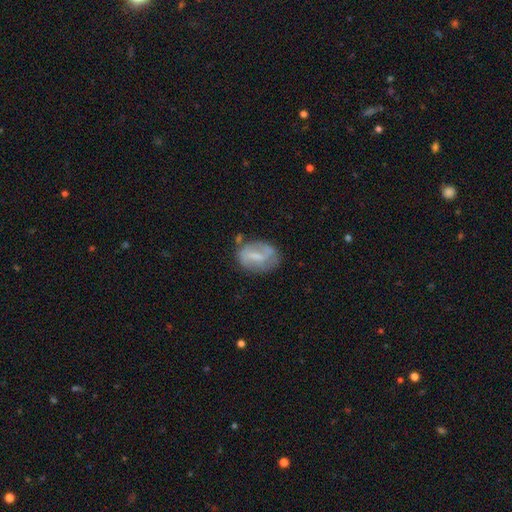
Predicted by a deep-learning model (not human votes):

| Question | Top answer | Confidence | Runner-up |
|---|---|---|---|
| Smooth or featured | featured or disk | 54% | smooth (38%) |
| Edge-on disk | no | 96% | yes (4%) |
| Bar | weak | 47% | strong (32%) |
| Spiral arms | yes | 61% | no (39%) |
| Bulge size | small | 38% | none (32%) |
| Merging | none | 60% | minor disturbance (25%) |